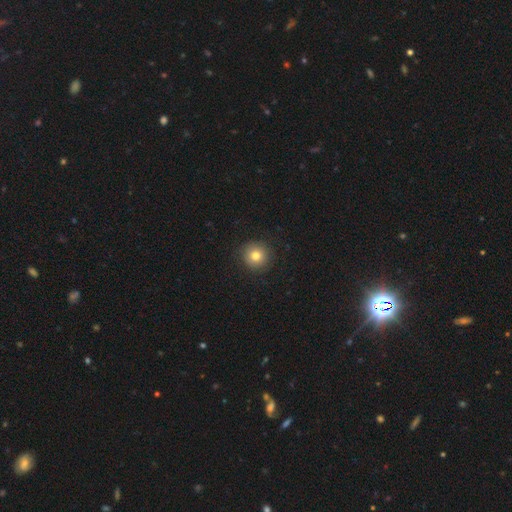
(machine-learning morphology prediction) The model was most divided on "smooth or featured": smooth: 79%, star or artifact: 12%, featured or disk: 10%. More confident: how rounded — round (94%); merging — none (90%).